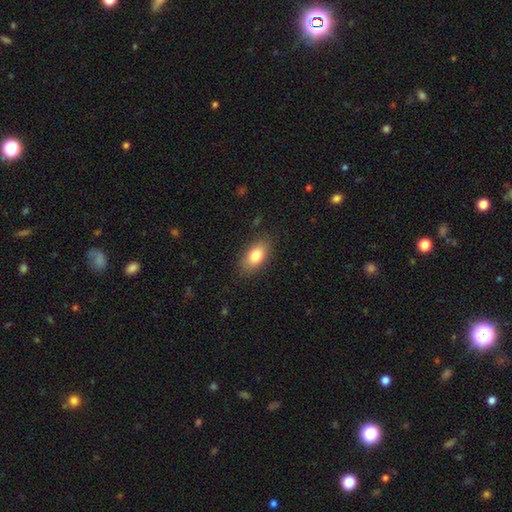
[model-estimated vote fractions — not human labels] Q: Smooth or featured?
A: smooth (81%); runner-up: featured or disk (11%)
Q: How rounded?
A: in between (89%); runner-up: round (6%)
Q: Merging?
A: none (84%); runner-up: minor disturbance (12%)